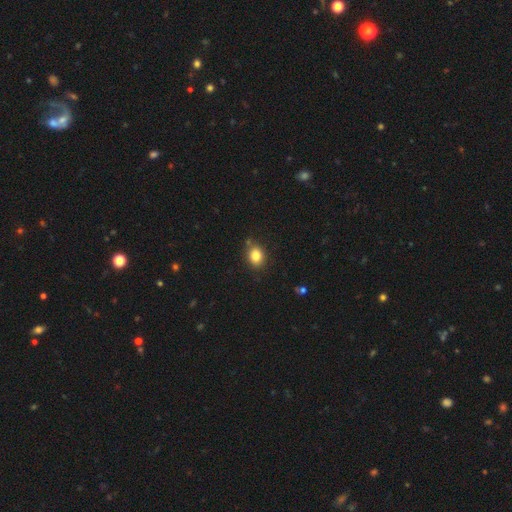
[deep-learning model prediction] smooth 84%, star or artifact 10%, featured or disk 6%. Down the decision tree: how rounded — in between (59%); merging — none (79%).